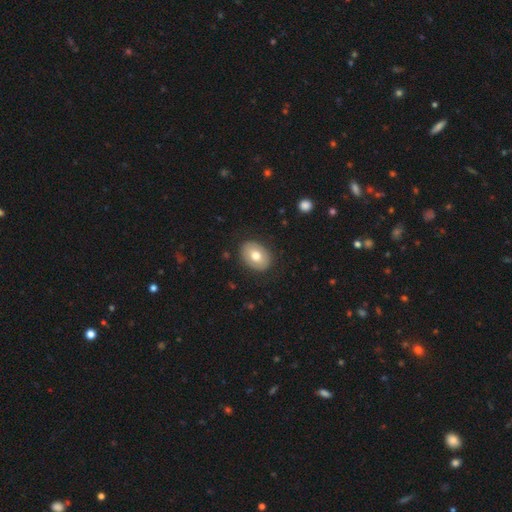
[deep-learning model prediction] This appears to be a smooth galaxy with no disk features (67%) that is in between round and cigar-shaped (71%). Merging: none (86%).